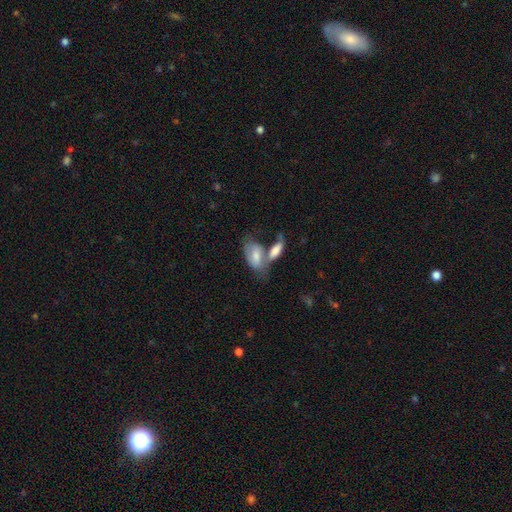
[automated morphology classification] Smooth or featured? Predicted: smooth (p=0.65). How rounded? Predicted: in between (p=0.90). Merging? Predicted: merger (p=0.57).